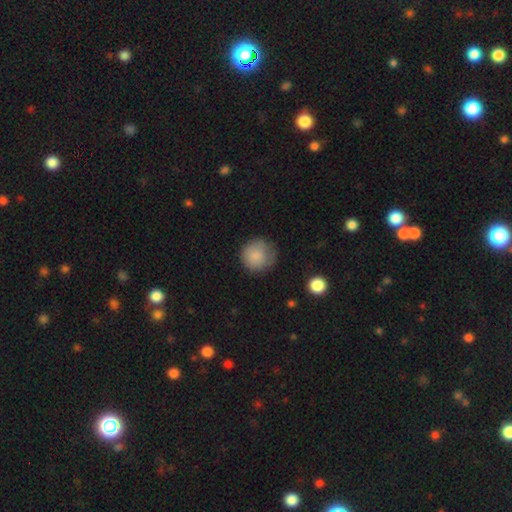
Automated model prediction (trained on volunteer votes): smooth 84%, star or artifact 8%, featured or disk 8%. Down the decision tree: how rounded — round (92%); merging — none (66%).